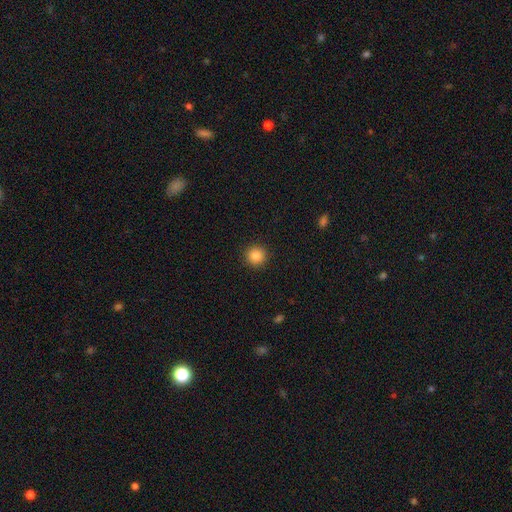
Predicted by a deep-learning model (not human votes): Smooth or featured? Predicted: smooth (p=0.85). How rounded? Predicted: round (p=0.95). Merging? Predicted: none (p=0.92).